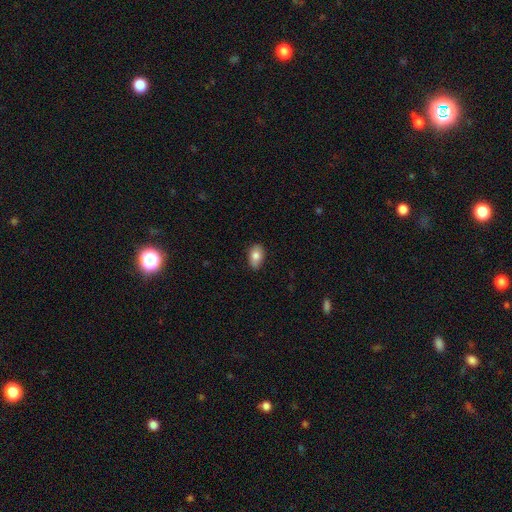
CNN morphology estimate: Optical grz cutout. It shows a smooth galaxy with no disk features (81%) that is in between round and cigar-shaped (88%). Merging: none (84%).